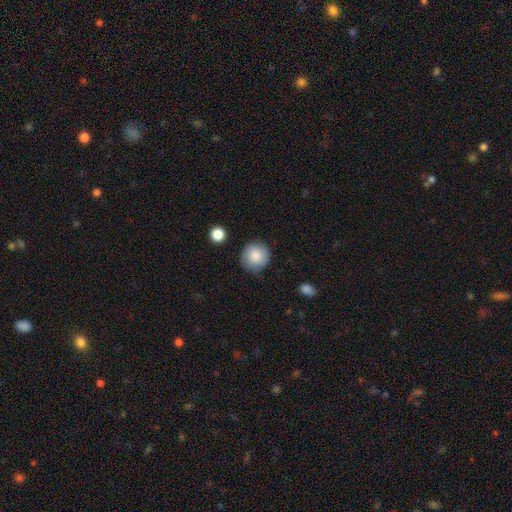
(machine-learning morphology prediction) A smooth galaxy with no disk features (85%) that is round (93%). Merging: none (79%).